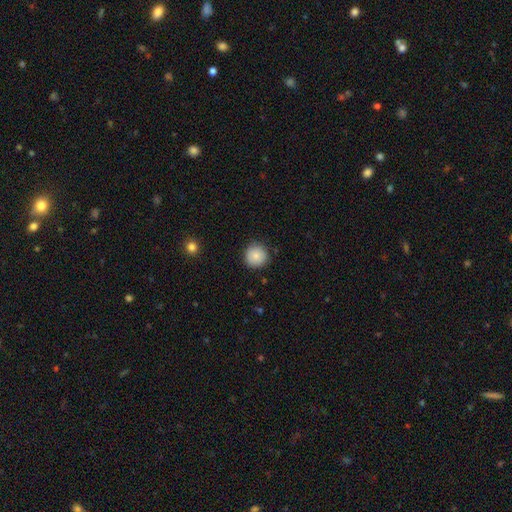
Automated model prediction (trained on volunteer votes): Morphology: type=smooth (85%); roundness=round (94%); merging=none (86%).